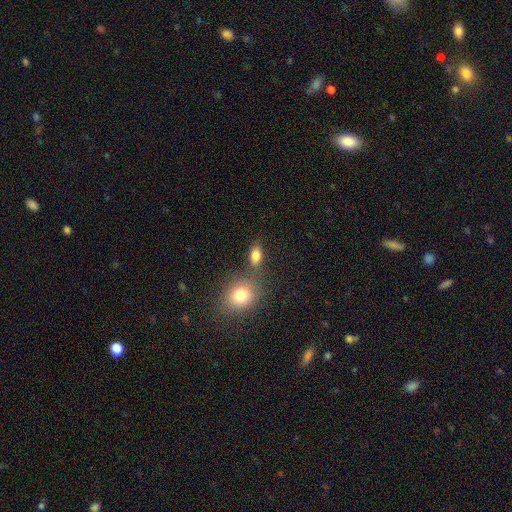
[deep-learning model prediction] The model was most divided on "merging": none: 66%, merger: 18%, minor disturbance: 12%, major disturbance: 4%. More confident: smooth or featured — smooth (81%); how rounded — in between (80%).